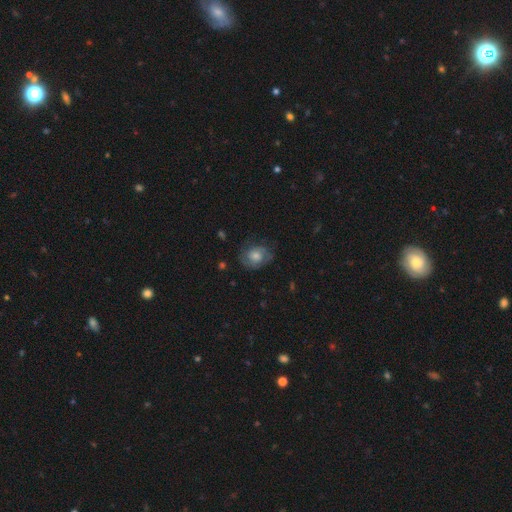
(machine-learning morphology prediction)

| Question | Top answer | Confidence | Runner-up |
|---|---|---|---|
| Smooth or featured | featured or disk | 57% | smooth (34%) |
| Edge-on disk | no | 97% | yes (3%) |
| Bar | no | 73% | weak (23%) |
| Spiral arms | yes | 86% | no (14%) |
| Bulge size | moderate | 47% | small (31%) |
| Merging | none | 71% | minor disturbance (19%) |